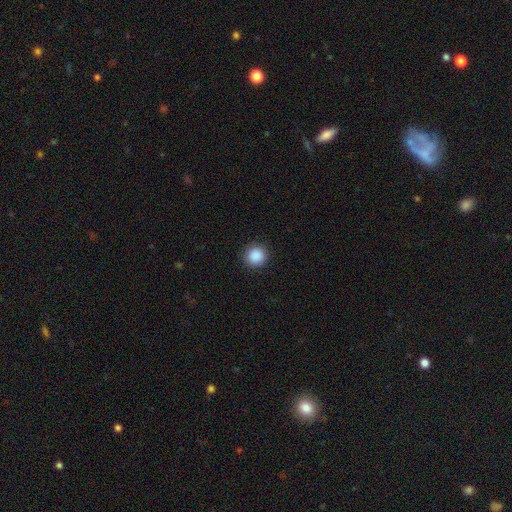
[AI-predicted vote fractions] Overall: smooth (89%). How rounded: round (94%). Merging: none (91%).